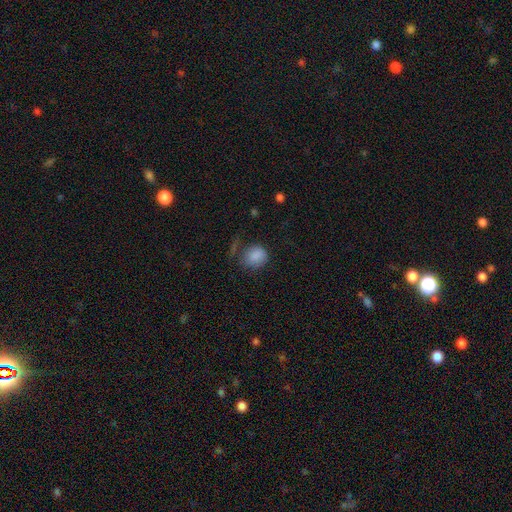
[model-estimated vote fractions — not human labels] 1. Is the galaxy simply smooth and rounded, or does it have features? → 84% smooth, 9% star or artifact, 6% featured or disk.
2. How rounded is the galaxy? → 61% round, 38% in between, 1% cigar-shaped.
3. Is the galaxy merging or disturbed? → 58% none, 24% minor disturbance, 14% major disturbance, 4% merger.